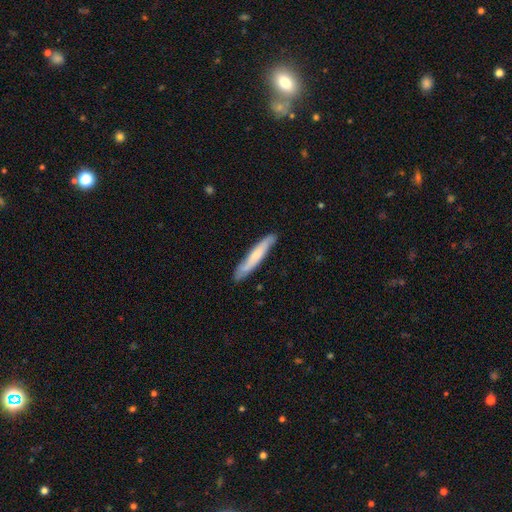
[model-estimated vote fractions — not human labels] A smooth galaxy with no disk features (61%) that is cigar-shaped (93%).

Vote fractions:
- Smooth or featured? smooth: 61% / featured or disk: 34% / star or artifact: 5%
- How rounded? cigar-shaped: 93% / in between: 6% / round: 1%
- Merging? none: 85% / minor disturbance: 11% / major disturbance: 2% / merger: 1%